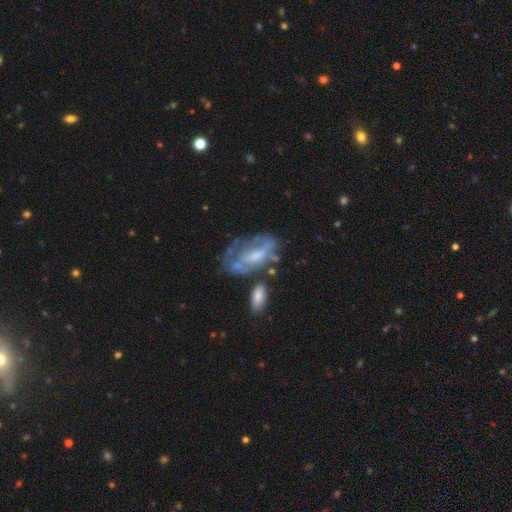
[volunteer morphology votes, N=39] A featured or disk galaxy (79%) with no bar (57%), medium (44%) spiral arms (60%) and a small central bulge (47%).

Vote fractions:
- Smooth or featured? featured or disk: 79% / smooth: 18% / star or artifact: 3%
- Edge-on disk? no: 97% / yes: 3%
- Bar? no: 57% / weak: 37% / strong: 7%
- Spiral arms? yes: 60% / no: 40%
- Spiral winding? medium: 44% / tight: 28% / loose: 28%
- Spiral arm count? can't tell: 61% / 2: 22% / 1: 11% / more than 4: 6% / 3: 0% / 4: 0%
- Bulge size? small: 47% / moderate: 43% / none: 7% / large: 3% / dominant: 0%
- Merging? none: 61% / merger: 18% / minor disturbance: 11% / major disturbance: 11%